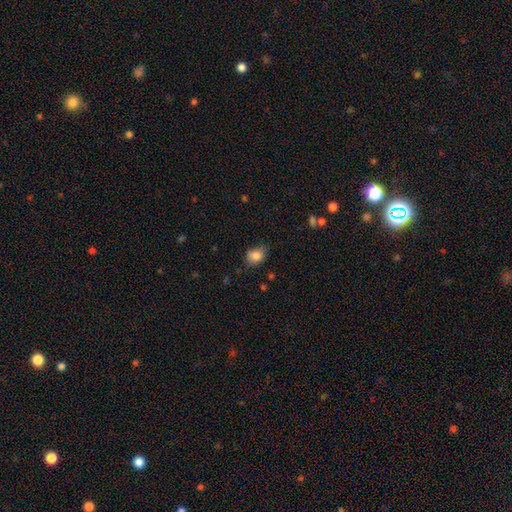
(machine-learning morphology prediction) This appears to be a smooth galaxy with no disk features (83%) that is in between round and cigar-shaped (57%). Merging: none (67%).